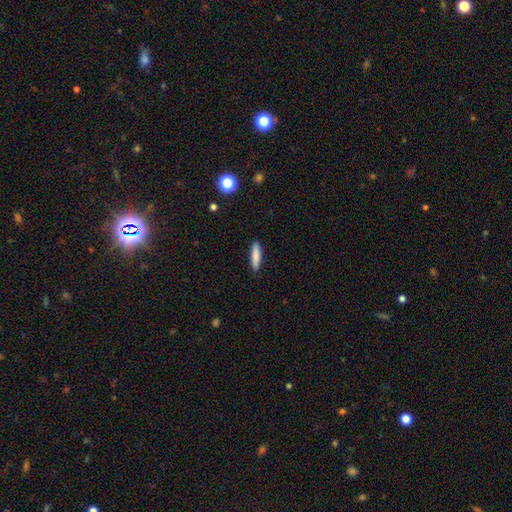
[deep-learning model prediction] smooth_or_featured: smooth (p=0.85) [alt: featured or disk p=0.08]
how_rounded: cigar-shaped (p=0.72) [alt: in between p=0.27]
merging: none (p=0.90) [alt: minor disturbance p=0.07]